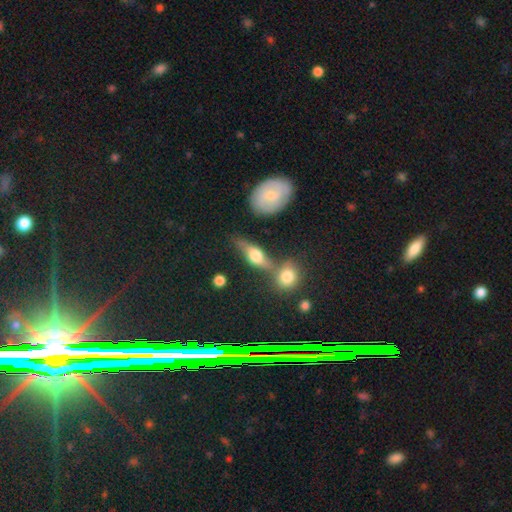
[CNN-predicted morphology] This is possibly a featured or disk galaxy (51%). It is likely viewed edge-on (75%). Merging: possibly none (58%).